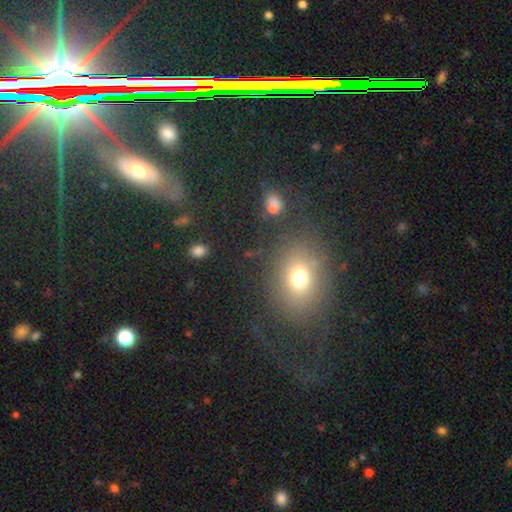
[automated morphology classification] This appears to be a smooth galaxy with no disk features (61%) that is in between round and cigar-shaped (69%). Merging: none (75%).